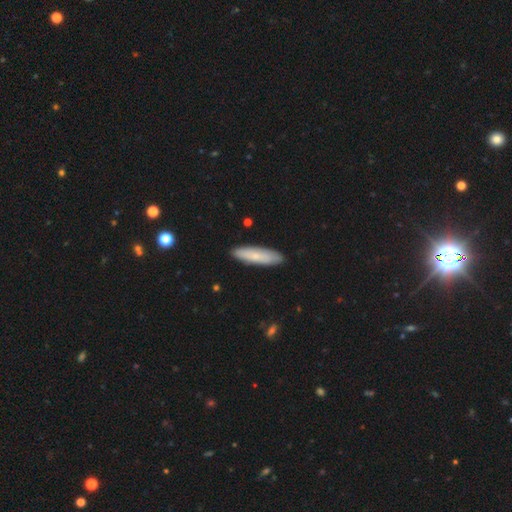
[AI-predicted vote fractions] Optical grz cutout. It shows a smooth galaxy with no disk features (70%) that is cigar-shaped (72%). Merging: none (89%).